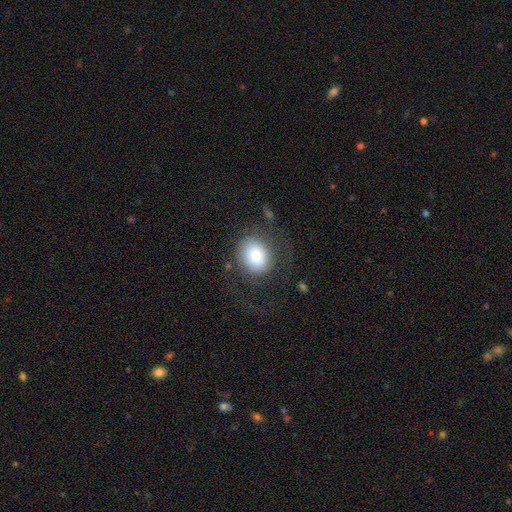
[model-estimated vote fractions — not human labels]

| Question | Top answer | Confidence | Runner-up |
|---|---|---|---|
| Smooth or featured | smooth | 72% | featured or disk (20%) |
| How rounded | round | 51% | in between (48%) |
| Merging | none | 62% | major disturbance (20%) |